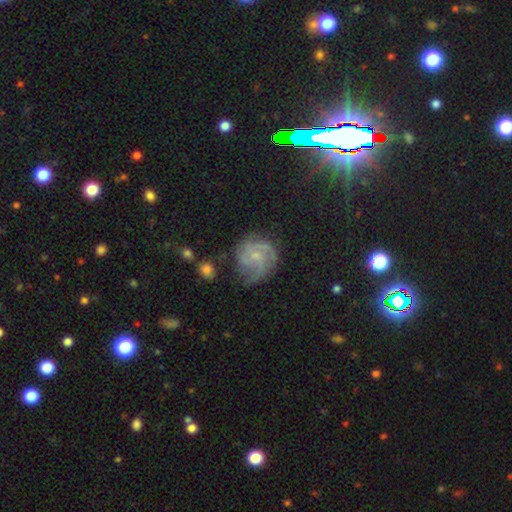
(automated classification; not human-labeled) smooth_or_featured: featured or disk (p=0.75) [alt: smooth p=0.16]
disk_edge_on: no (p=0.98) [alt: yes p=0.02]
bar: no (p=0.67) [alt: weak p=0.29]
has_spiral_arms: yes (p=0.94) [alt: no p=0.06]
spiral_winding: medium (p=0.44) [alt: tight p=0.39]
spiral_arm_count: 3 (p=0.36) [alt: can't tell p=0.22]
bulge_size: small (p=0.74) [alt: moderate p=0.16]
merging: none (p=0.60) [alt: minor disturbance p=0.24]